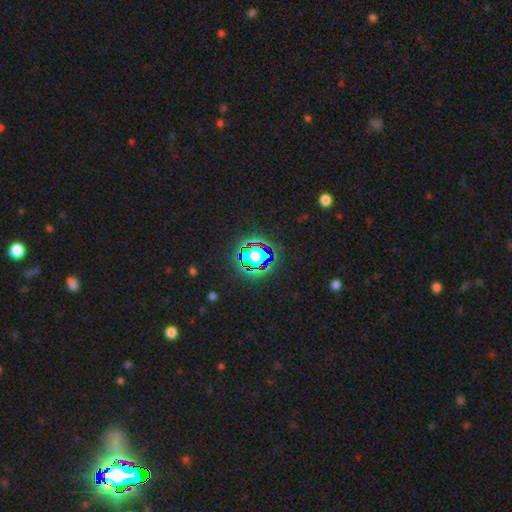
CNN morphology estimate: Smooth or featured? star or artifact (58%)